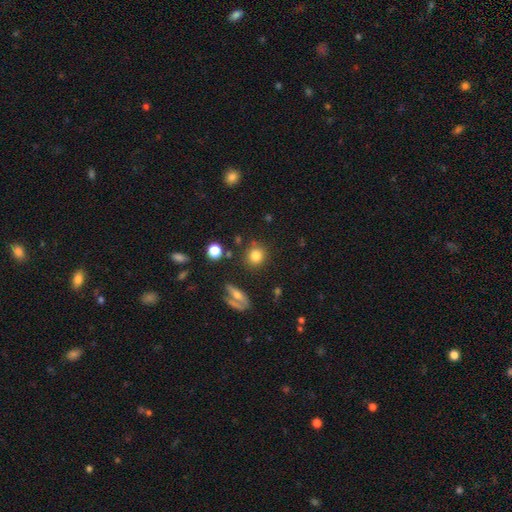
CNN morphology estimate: Smooth or featured?
  - smooth: 80% *
  - star or artifact: 12%
  - featured or disk: 8%
How rounded?
  - round: 85% *
  - in between: 13%
  - cigar-shaped: 1%
Merging?
  - none: 80% *
  - minor disturbance: 10%
  - merger: 6%
  - major disturbance: 4%